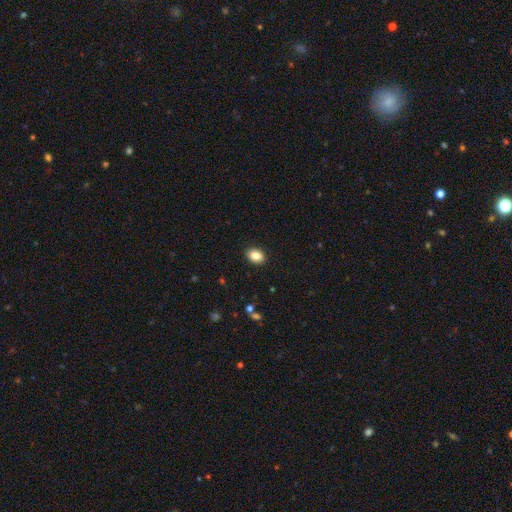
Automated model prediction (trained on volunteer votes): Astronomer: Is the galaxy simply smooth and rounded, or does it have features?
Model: smooth — 87%.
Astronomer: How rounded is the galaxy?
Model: in between — 75%.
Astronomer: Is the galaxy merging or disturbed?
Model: none — 90%.